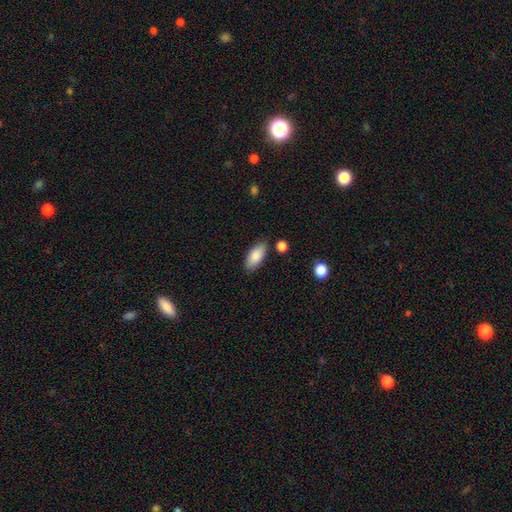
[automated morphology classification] Smooth or featured: smooth — 86% (featured or disk — 8%)
How rounded: in between — 87% (cigar-shaped — 11%)
Merging: none — 82% (minor disturbance — 12%)